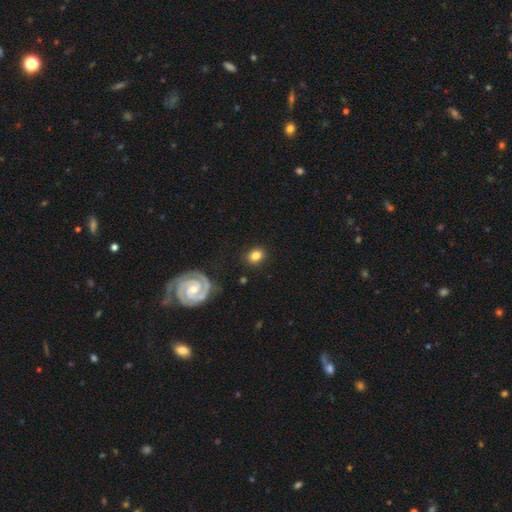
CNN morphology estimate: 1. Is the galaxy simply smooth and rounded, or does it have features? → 74% smooth, 18% featured or disk, 8% star or artifact.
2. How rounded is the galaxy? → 55% round, 44% in between, 1% cigar-shaped.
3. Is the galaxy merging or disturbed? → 86% none, 9% minor disturbance, 3% major disturbance, 2% merger.